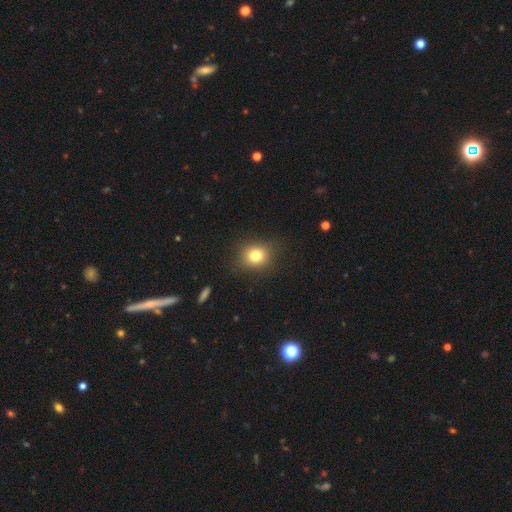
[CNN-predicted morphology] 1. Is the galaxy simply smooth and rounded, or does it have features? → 79% smooth, 12% star or artifact, 8% featured or disk.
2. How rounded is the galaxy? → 69% round, 30% in between, 1% cigar-shaped.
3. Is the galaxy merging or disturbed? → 84% none, 11% minor disturbance, 4% major disturbance, 1% merger.